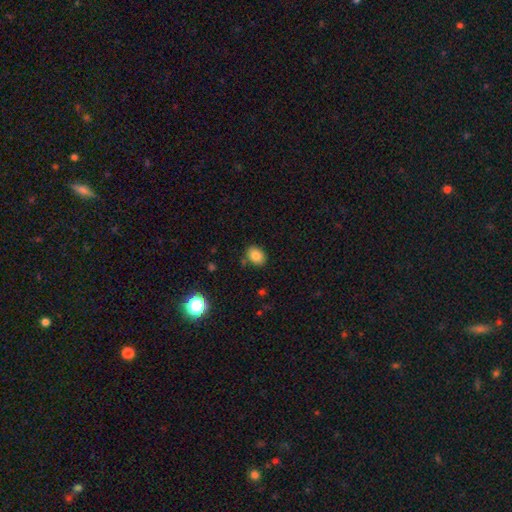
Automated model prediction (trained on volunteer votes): Overall: smooth (82%). How rounded: in between (58%; round 41%). Merging: none (80%).